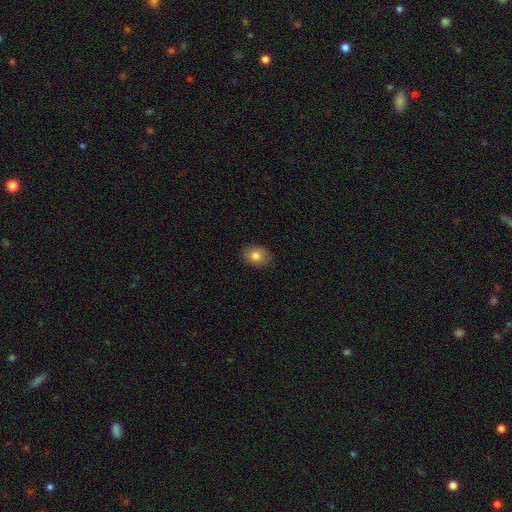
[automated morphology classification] This is clearly a smooth galaxy (82%). How rounded: likely in between (65%). Merging: clearly none (86%).